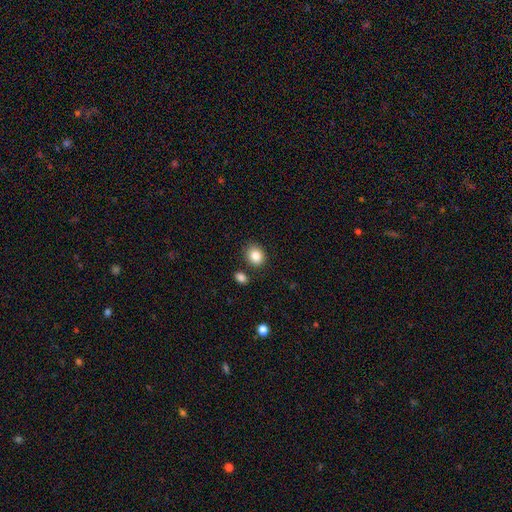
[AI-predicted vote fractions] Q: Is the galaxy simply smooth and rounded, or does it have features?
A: smooth — 86%.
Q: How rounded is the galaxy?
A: round — 64%.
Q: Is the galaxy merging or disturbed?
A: none — 82%.